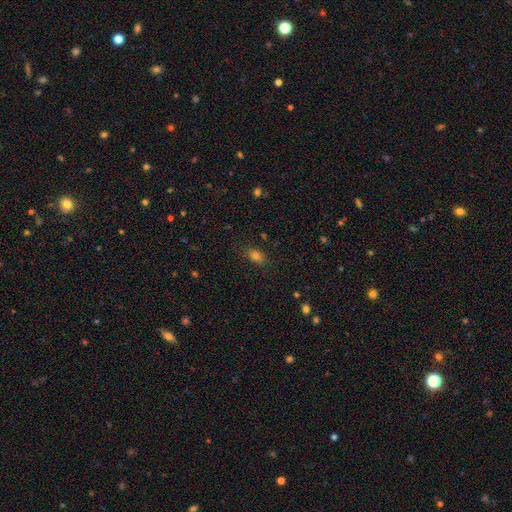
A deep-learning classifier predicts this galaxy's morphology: smooth_or_featured: smooth (p=0.77) [alt: star or artifact p=0.15]
how_rounded: in between (p=0.79) [alt: round p=0.18]
merging: none (p=0.84) [alt: minor disturbance p=0.11]